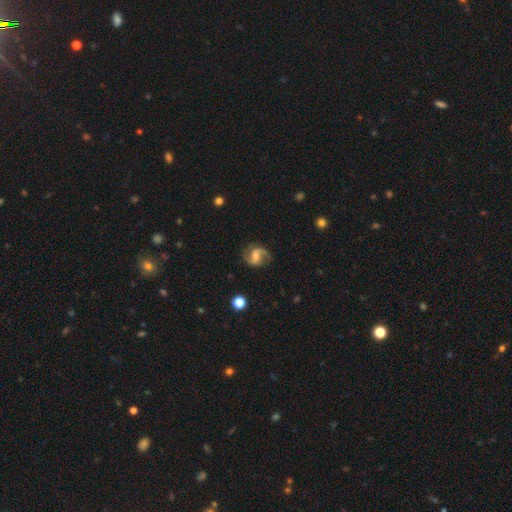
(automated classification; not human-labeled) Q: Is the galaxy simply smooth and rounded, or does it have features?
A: featured or disk — 86%.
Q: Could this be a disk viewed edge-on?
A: no — 98%.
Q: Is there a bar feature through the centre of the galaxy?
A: weak — 52%.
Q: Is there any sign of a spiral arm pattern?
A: yes — 97%.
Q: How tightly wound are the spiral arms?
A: medium — 50%.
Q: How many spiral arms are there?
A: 2 — 92%.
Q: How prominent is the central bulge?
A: moderate — 46%.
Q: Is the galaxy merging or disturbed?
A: none — 81%.